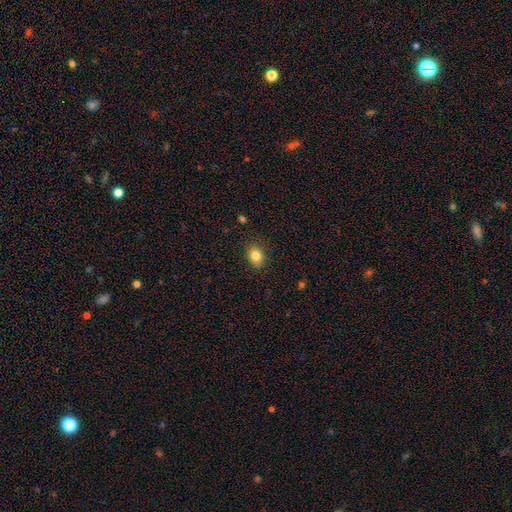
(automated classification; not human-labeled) The model was most divided on "how rounded": in between: 55%, round: 44%, cigar-shaped: 1%. More confident: merging — none (86%); smooth or featured — smooth (83%).